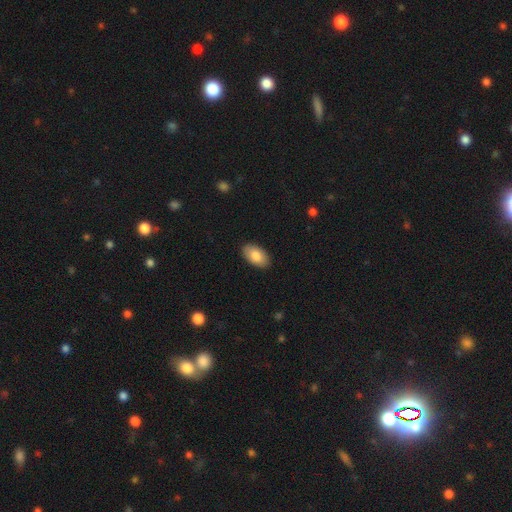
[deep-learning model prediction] Overall: smooth (84%). How rounded: in between (95%). Merging: none (89%).